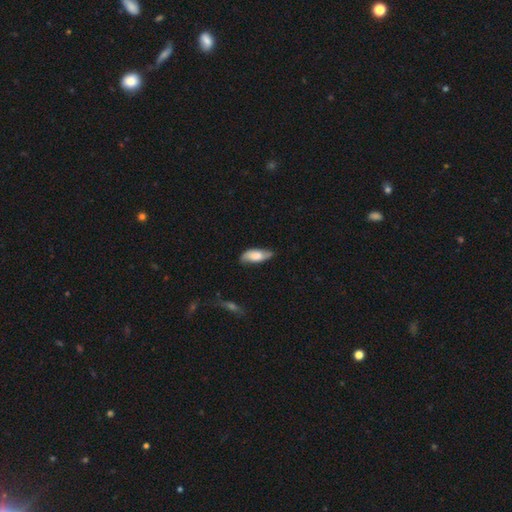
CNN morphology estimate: This is likely a smooth galaxy (67%). How rounded: likely in between (79%). Merging: likely none (69%).